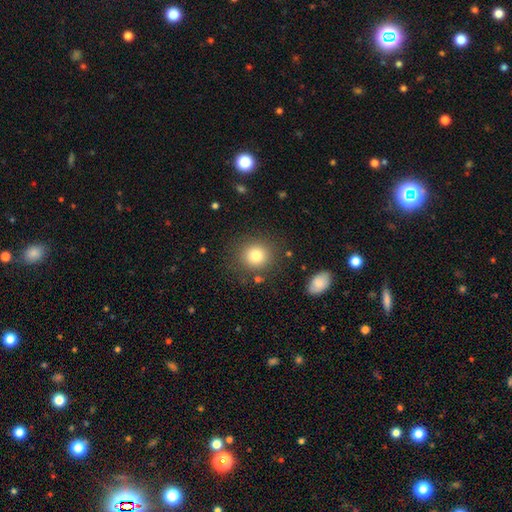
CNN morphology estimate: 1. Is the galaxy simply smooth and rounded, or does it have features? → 80% smooth, 11% star or artifact, 8% featured or disk.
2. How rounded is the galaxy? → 88% round, 11% in between, 1% cigar-shaped.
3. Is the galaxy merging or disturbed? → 84% none, 9% minor disturbance, 4% major disturbance, 3% merger.